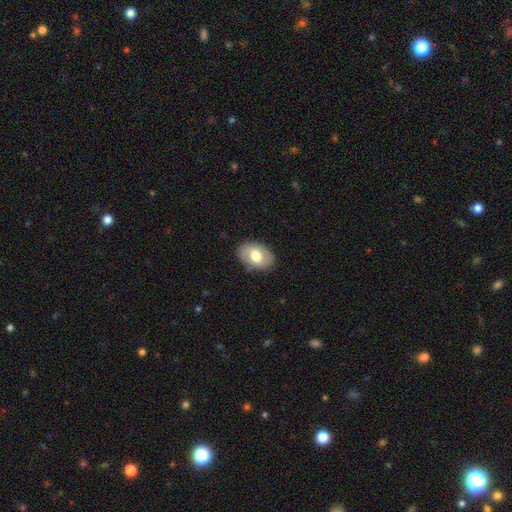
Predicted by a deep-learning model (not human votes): smooth_or_featured: smooth (p=0.60) [alt: featured or disk p=0.34]
how_rounded: in between (p=0.85) [alt: round p=0.14]
merging: none (p=0.84) [alt: minor disturbance p=0.12]